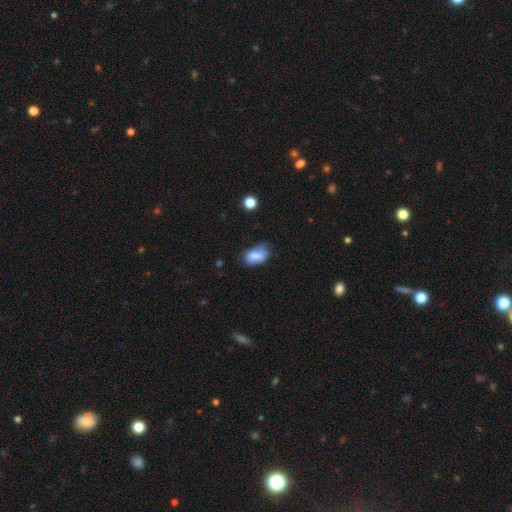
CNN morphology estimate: Overall: smooth (78%). How rounded: in between (89%). Merging: none (60%; minor disturbance 31%).